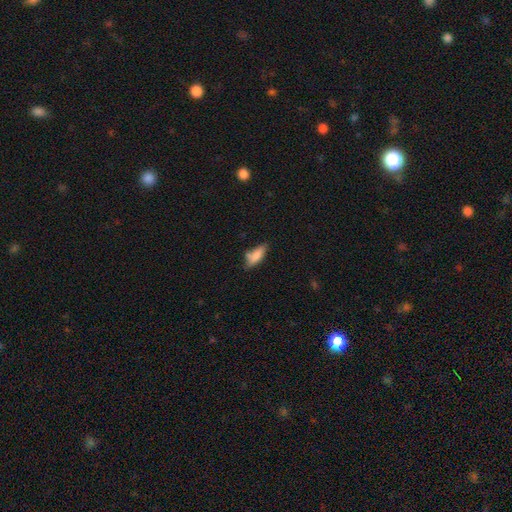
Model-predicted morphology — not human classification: Smooth or featured? Predicted: smooth (p=0.77). How rounded? Predicted: in between (p=0.65). Merging? Predicted: none (p=0.57).